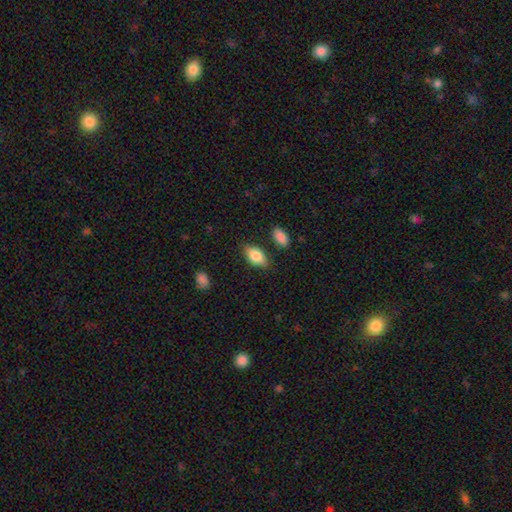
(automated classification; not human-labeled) Morphology: type=smooth (83%); roundness=in between (91%); merging=none (80%).